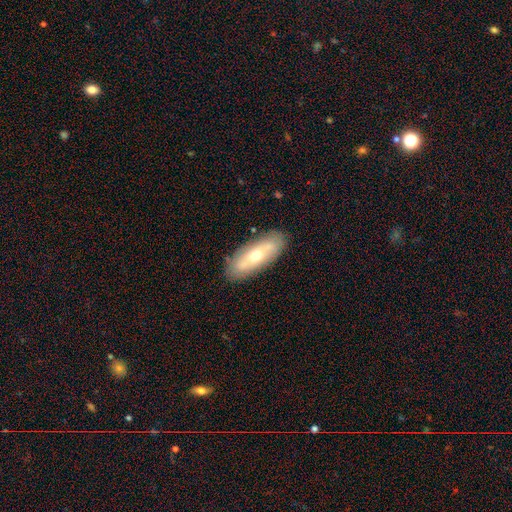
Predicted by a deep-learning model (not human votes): This is possibly a smooth galaxy (53%). How rounded: likely in between (70%). Merging: clearly none (85%).